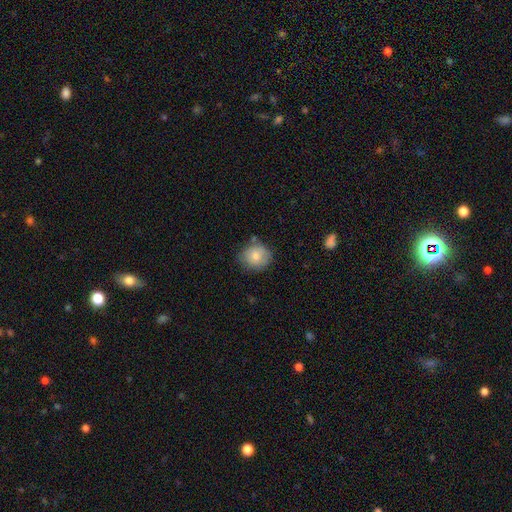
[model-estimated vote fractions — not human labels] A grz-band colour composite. It shows a smooth galaxy with no disk features (82%) that is round (77%). Merging: none (72%).